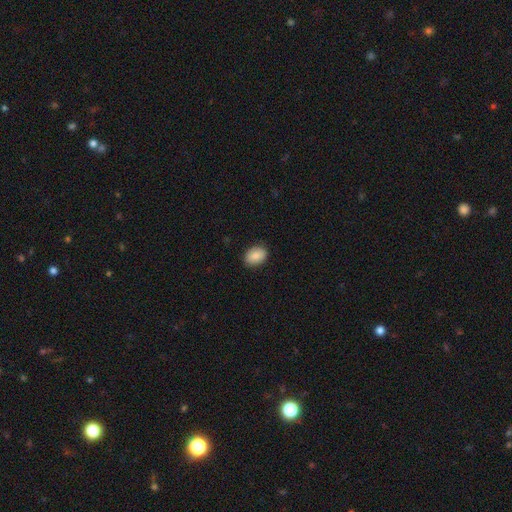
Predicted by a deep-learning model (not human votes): Overall: smooth (86%). How rounded: in between (78%). Merging: none (87%).